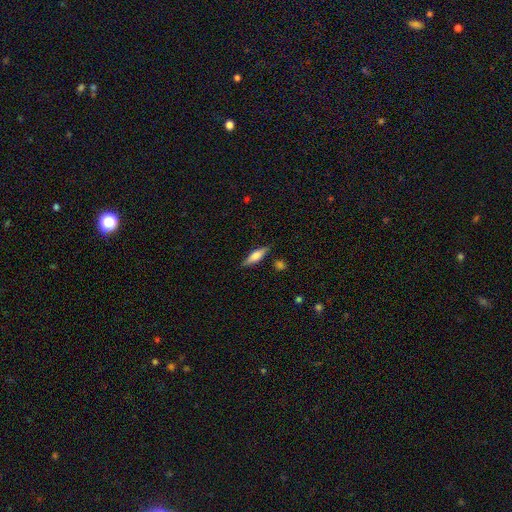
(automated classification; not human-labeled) smooth-or-featured: smooth: 59% | featured or disk: 35% | star or artifact: 7%
  how-rounded: cigar-shaped: 57% | in between: 41% | round: 2%
  merging: none: 82% | minor disturbance: 13% | major disturbance: 3% | merger: 2%